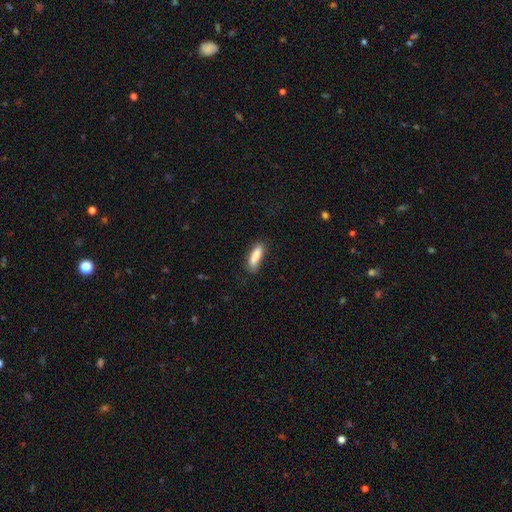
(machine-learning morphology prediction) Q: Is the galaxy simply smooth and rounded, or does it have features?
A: smooth — 83%.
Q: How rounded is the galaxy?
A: cigar-shaped — 53%.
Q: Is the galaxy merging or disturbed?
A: none — 74%.